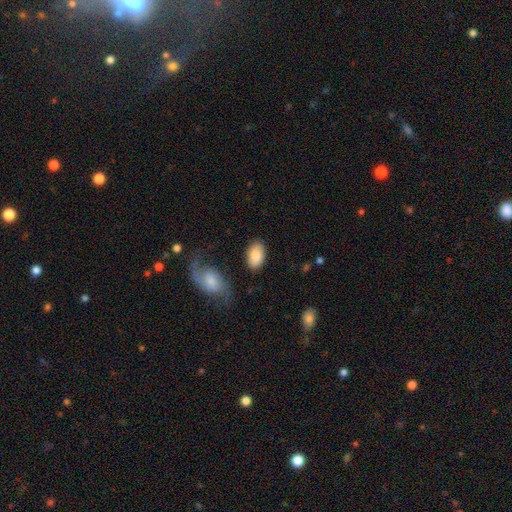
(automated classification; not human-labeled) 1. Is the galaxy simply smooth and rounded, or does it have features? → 81% smooth, 12% featured or disk, 6% star or artifact.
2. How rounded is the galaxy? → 92% in between, 6% round, 2% cigar-shaped.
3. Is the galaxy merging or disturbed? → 79% none, 13% minor disturbance, 4% merger, 4% major disturbance.